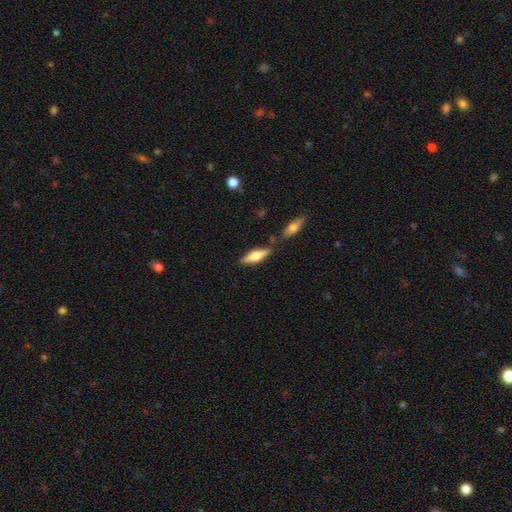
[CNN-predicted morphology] smooth 47% (tied), featured or disk 47% (tied), star or artifact 6%. Down the decision tree: merging — none (73%).